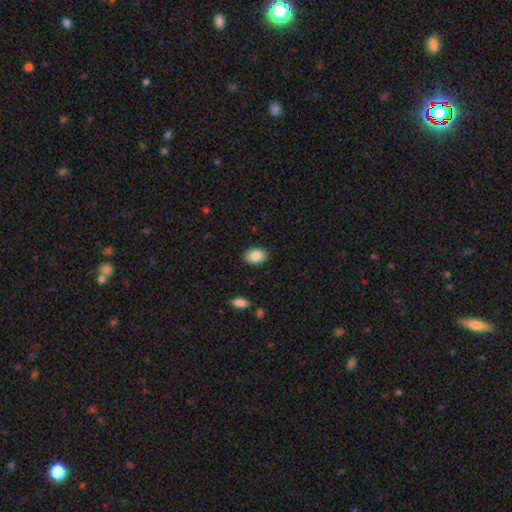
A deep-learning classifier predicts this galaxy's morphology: smooth-or-featured: smooth: 86% | star or artifact: 7% | featured or disk: 7%
  how-rounded: in between: 83% | round: 16% | cigar-shaped: 1%
  merging: none: 89% | minor disturbance: 8% | major disturbance: 2% | merger: 1%